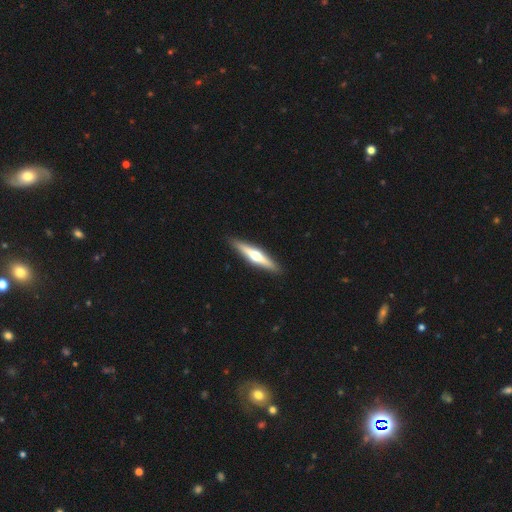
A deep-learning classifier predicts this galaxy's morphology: smooth-or-featured: featured or disk: 64% | smooth: 31% | star or artifact: 5%
  disk-edge-on: yes: 96% | no: 4%
    edge-on-bulge: rounded: 94% | none: 3% | boxy: 2%
  merging: none: 92% | minor disturbance: 6% | major disturbance: 1% | merger: 1%